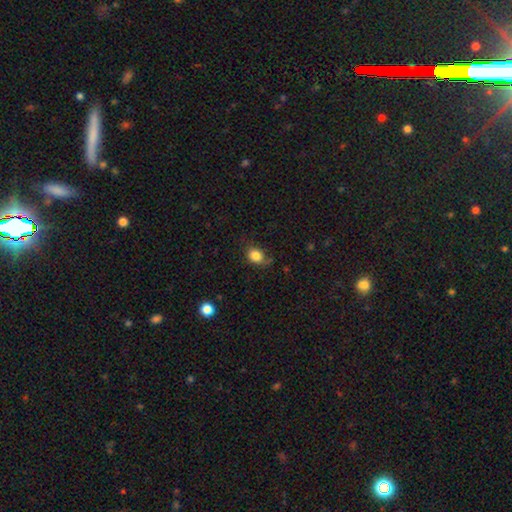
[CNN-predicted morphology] Smooth or featured: smooth — 83% (star or artifact — 10%)
How rounded: in between — 55% (round — 44%)
Merging: none — 65% (minor disturbance — 26%)